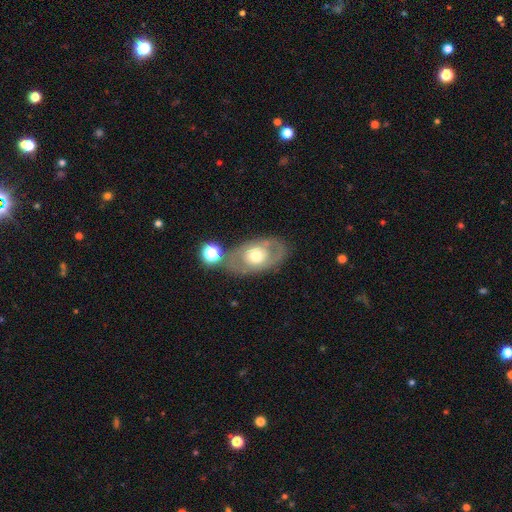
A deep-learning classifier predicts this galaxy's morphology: smooth_or_featured: featured or disk (p=0.49) [alt: smooth p=0.43]
merging: none (p=0.68) [alt: minor disturbance p=0.15]